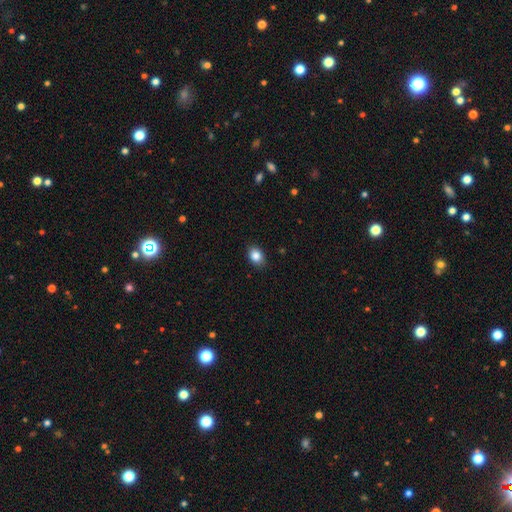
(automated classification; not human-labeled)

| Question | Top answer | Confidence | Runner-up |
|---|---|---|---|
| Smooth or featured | smooth | 86% | star or artifact (9%) |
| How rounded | in between | 65% | round (34%) |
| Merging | none | 87% | minor disturbance (10%) |